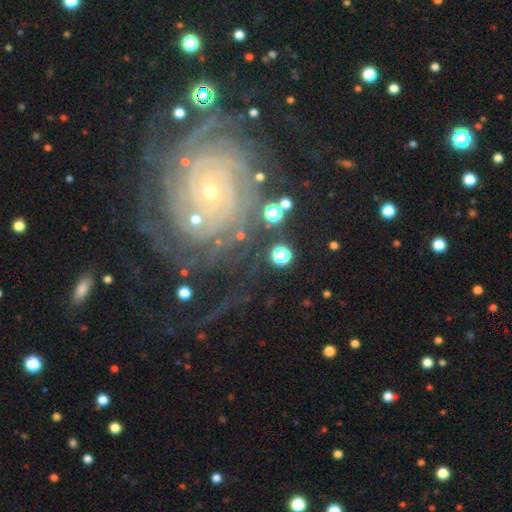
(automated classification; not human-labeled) Q: Smooth or featured?
A: featured or disk (86%); runner-up: star or artifact (9%)
Q: Edge-on disk?
A: no (97%); runner-up: yes (3%)
Q: Bar?
A: no (77%); runner-up: weak (16%)
Q: Spiral arms?
A: yes (97%); runner-up: no (3%)
Q: Spiral winding?
A: tight (83%); runner-up: medium (14%)
Q: Spiral arm count?
A: can't tell (27%); runner-up: more than 4 (21%)
Q: Bulge size?
A: small (82%); runner-up: moderate (14%)
Q: Merging?
A: none (70%); runner-up: minor disturbance (15%)